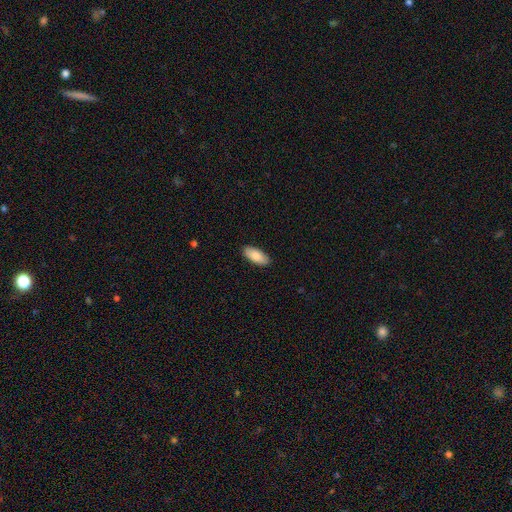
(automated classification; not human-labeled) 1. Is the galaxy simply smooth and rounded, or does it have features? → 85% smooth, 9% featured or disk, 6% star or artifact.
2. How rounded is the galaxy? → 87% in between, 12% cigar-shaped, 2% round.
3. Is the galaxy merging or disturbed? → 90% none, 8% minor disturbance, 2% major disturbance, 1% merger.